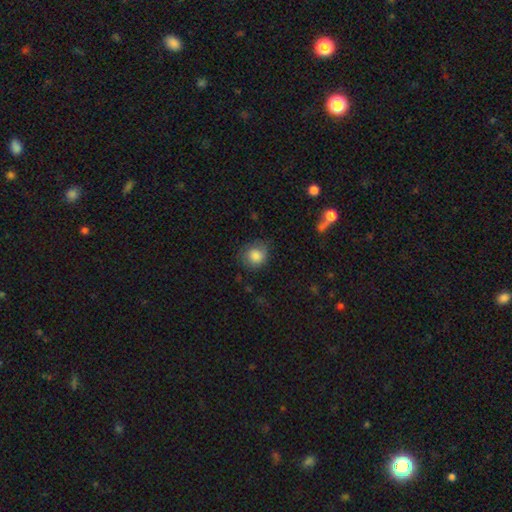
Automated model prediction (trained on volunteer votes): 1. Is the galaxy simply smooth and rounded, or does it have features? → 84% smooth, 9% star or artifact, 7% featured or disk.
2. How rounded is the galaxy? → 81% round, 18% in between, 1% cigar-shaped.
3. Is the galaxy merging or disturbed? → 69% none, 23% minor disturbance, 7% major disturbance, 1% merger.